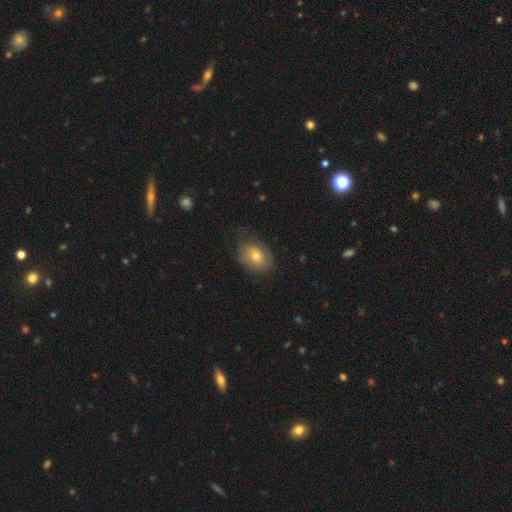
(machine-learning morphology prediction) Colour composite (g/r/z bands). It shows a smooth galaxy with no disk features (65%) that is in between round and cigar-shaped (77%). Merging: none (67%).